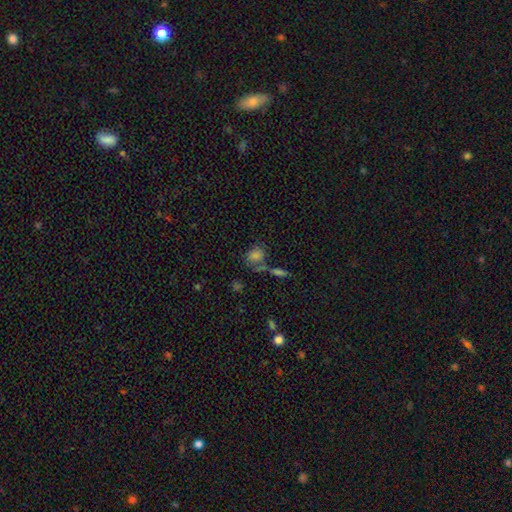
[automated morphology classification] smooth_or_featured: smooth (p=0.70) [alt: featured or disk p=0.15]
how_rounded: in between (p=0.49) [alt: round p=0.48]
merging: none (p=0.51) [alt: merger p=0.21]